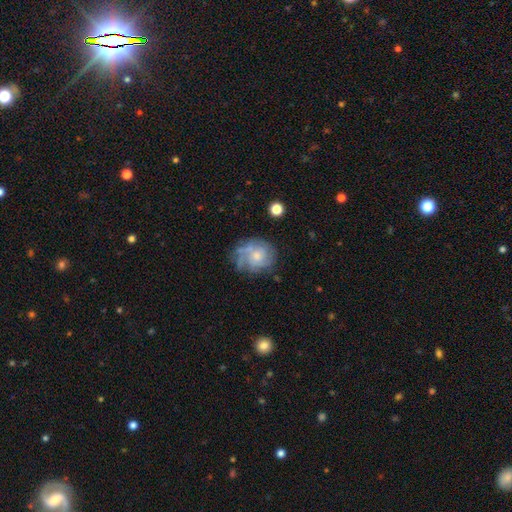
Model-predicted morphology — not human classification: Smooth or featured? Predicted: featured or disk (p=0.66). Edge-on disk? Predicted: no (p=0.98). Bar? Predicted: no (p=0.80). Spiral arms? Predicted: yes (p=0.82). Spiral winding? Predicted: tight (p=0.53). Spiral arm count? Predicted: can't tell (p=0.48). Bulge size? Predicted: small (p=0.44). Merging? Predicted: none (p=0.59).